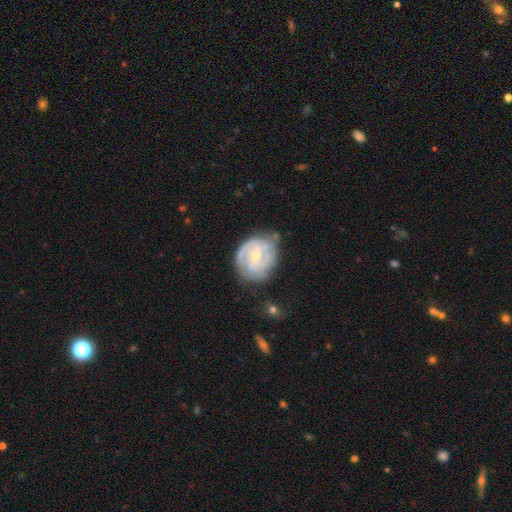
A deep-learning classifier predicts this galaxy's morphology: Smooth or featured: featured or disk — 80% (smooth — 15%)
Edge-on disk: no — 98% (yes — 2%)
Bar: no — 49% (weak — 42%)
Spiral arms: yes — 92% (no — 8%)
Spiral winding: tight — 62% (medium — 31%)
Spiral arm count: 2 — 38% (can't tell — 30%)
Bulge size: small — 65% (moderate — 31%)
Merging: none — 60% (minor disturbance — 27%)